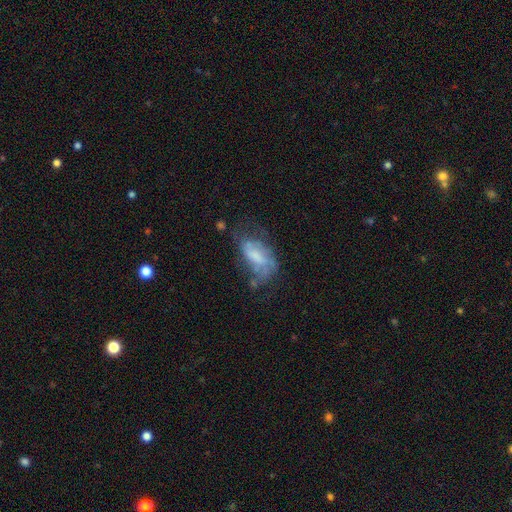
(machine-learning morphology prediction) smooth_or_featured: featured or disk (p=0.50) [alt: smooth p=0.40]
merging: none (p=0.36) [alt: major disturbance p=0.30]